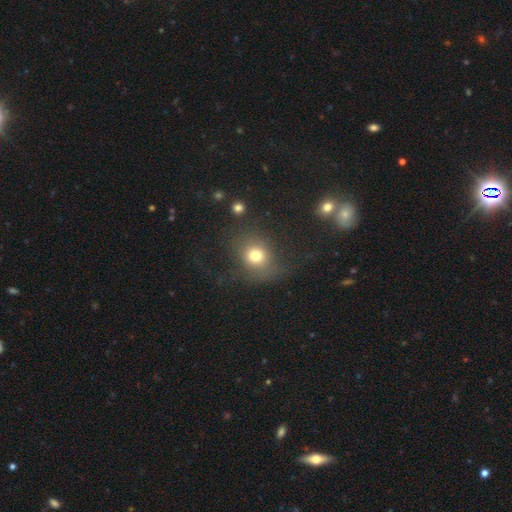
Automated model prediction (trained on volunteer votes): Smooth or featured? smooth (74%)
How rounded? round (73%)
Merging? none (62%)